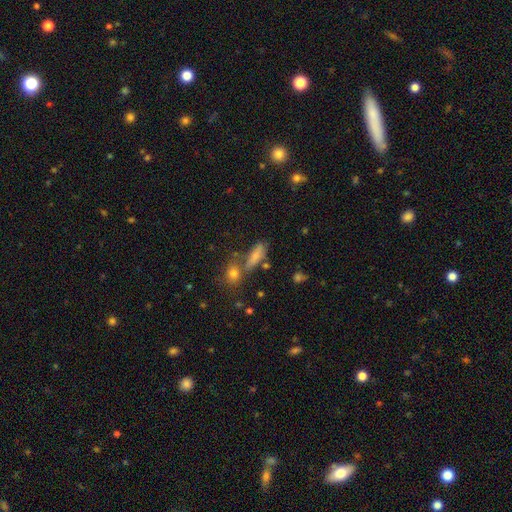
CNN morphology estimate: This is likely a smooth galaxy (73%). How rounded: possibly in between (51%). Merging: possibly none (53%).